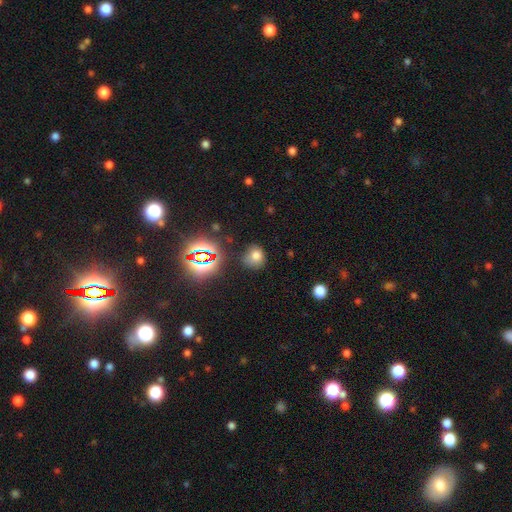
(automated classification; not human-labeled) Morphology: type=smooth (70%); roundness=round (76%); merging=none (69%).